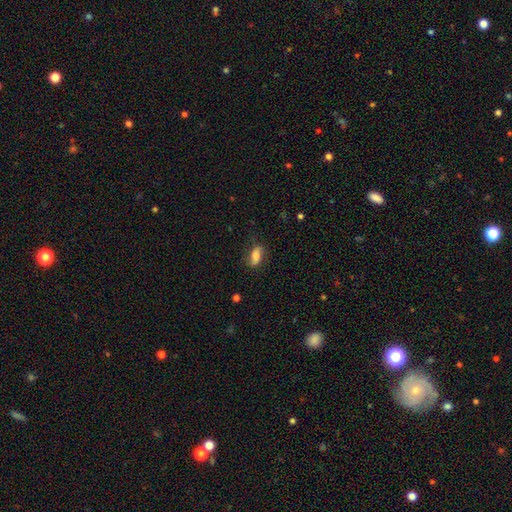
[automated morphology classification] This is likely a smooth galaxy (68%). How rounded: likely in between (79%). Merging: likely none (73%).